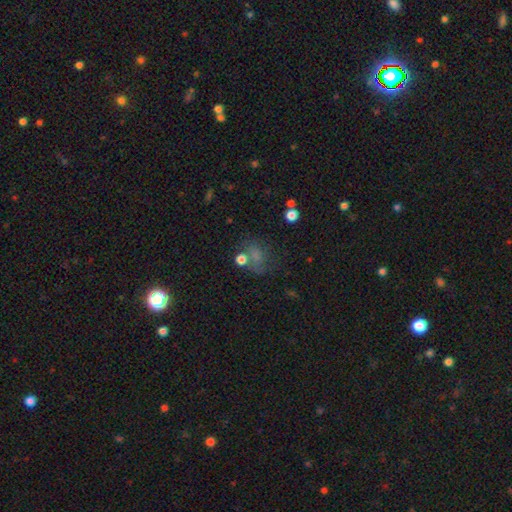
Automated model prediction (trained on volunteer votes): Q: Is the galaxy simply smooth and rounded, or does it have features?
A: smooth — 52%.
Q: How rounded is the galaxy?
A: round — 50%.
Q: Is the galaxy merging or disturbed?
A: none — 47%.